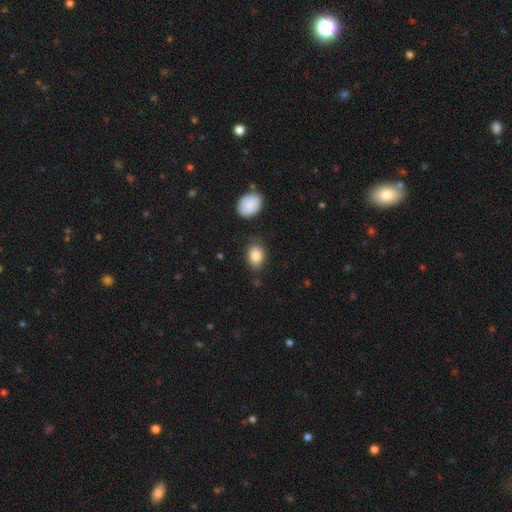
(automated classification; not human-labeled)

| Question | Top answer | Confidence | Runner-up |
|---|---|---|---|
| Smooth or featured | smooth | 85% | star or artifact (8%) |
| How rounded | in between | 77% | round (22%) |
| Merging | none | 76% | minor disturbance (17%) |